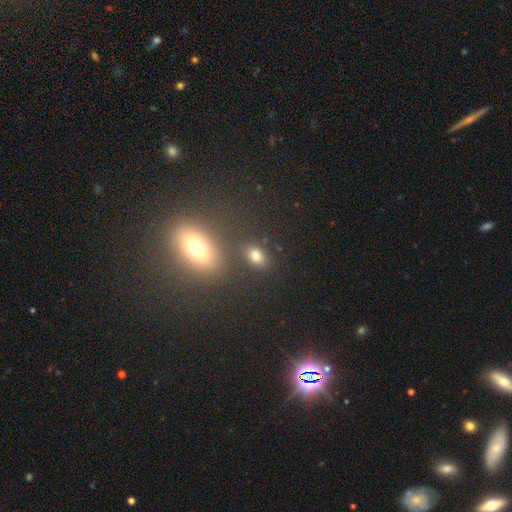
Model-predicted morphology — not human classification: Smooth or featured?
  - smooth: 76% *
  - star or artifact: 15%
  - featured or disk: 9%
How rounded?
  - in between: 78% *
  - round: 20%
  - cigar-shaped: 2%
Merging?
  - none: 77% *
  - minor disturbance: 10%
  - merger: 9%
  - major disturbance: 4%